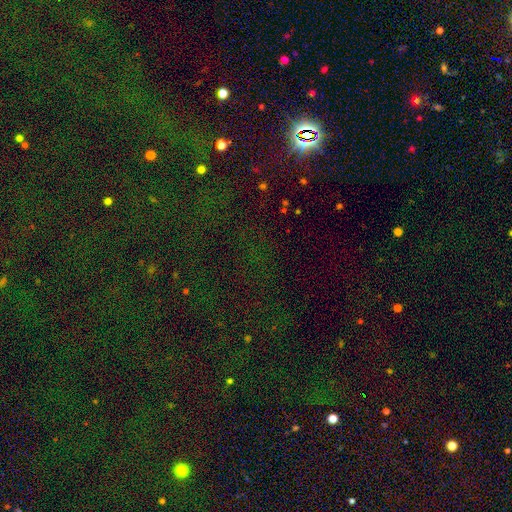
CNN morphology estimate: type=star or artifact (82%).